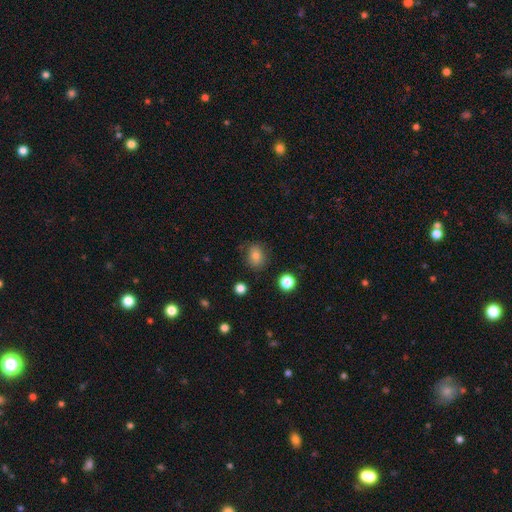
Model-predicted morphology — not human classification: The model was most divided on "how rounded": round: 52%, in between: 47%, cigar-shaped: 1%. More confident: smooth or featured — smooth (80%); merging — none (79%).